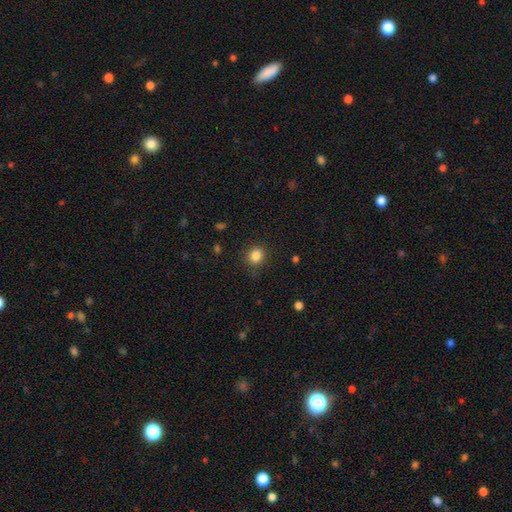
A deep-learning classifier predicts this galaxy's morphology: Overall: smooth (85%). How rounded: round (75%). Merging: none (85%).